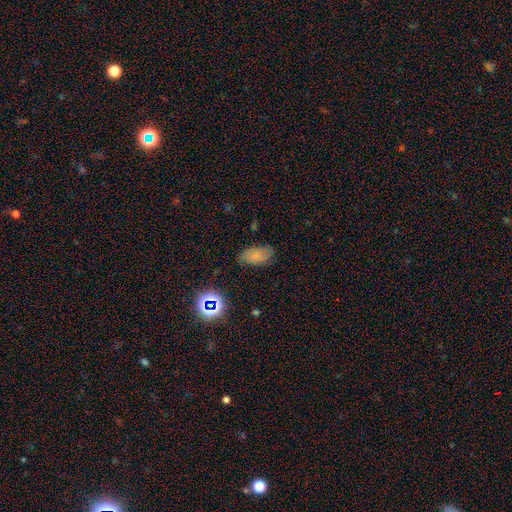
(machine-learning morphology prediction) Q: Smooth or featured?
A: smooth (72%); runner-up: star or artifact (15%)
Q: How rounded?
A: in between (92%); runner-up: round (5%)
Q: Merging?
A: none (76%); runner-up: minor disturbance (18%)